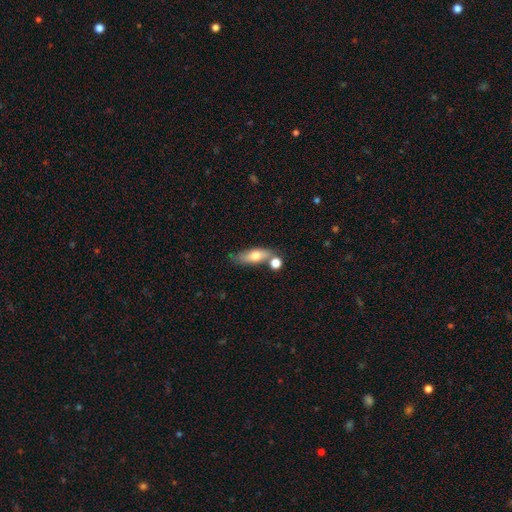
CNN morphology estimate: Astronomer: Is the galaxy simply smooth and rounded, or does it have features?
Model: smooth — 66%.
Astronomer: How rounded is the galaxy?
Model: in between — 61%.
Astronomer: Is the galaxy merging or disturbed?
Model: none — 56%.